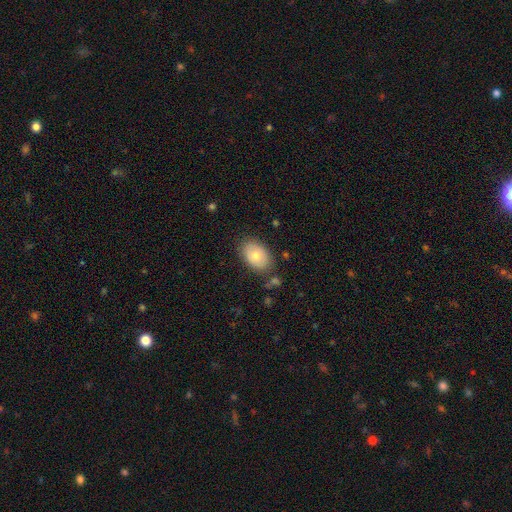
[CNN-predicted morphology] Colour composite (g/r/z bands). It shows a smooth galaxy with no disk features (73%) that is in between round and cigar-shaped (85%). Merging: none (80%).